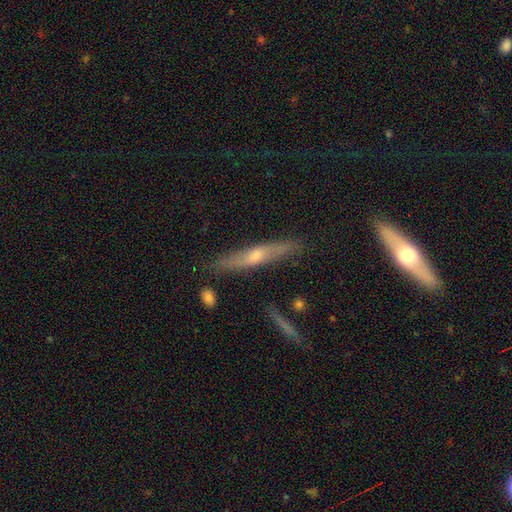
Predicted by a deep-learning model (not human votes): Smooth or featured?
  - featured or disk: 50% *
  - smooth: 43%
  - star or artifact: 7%
Merging?
  - none: 82% *
  - minor disturbance: 13%
  - major disturbance: 3%
  - merger: 2%